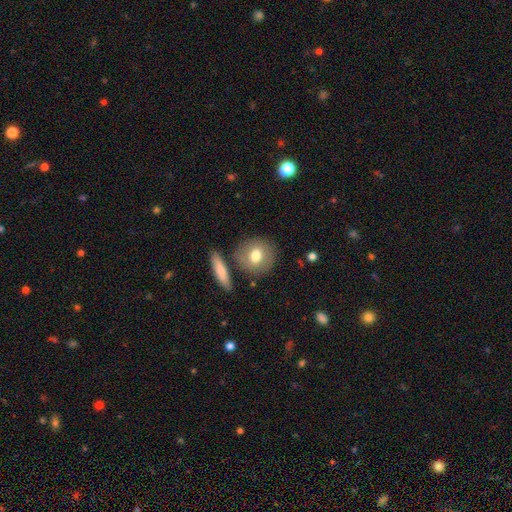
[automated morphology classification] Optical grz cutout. It shows a smooth galaxy with no disk features (73%) that is round (84%). Merging: none (77%).